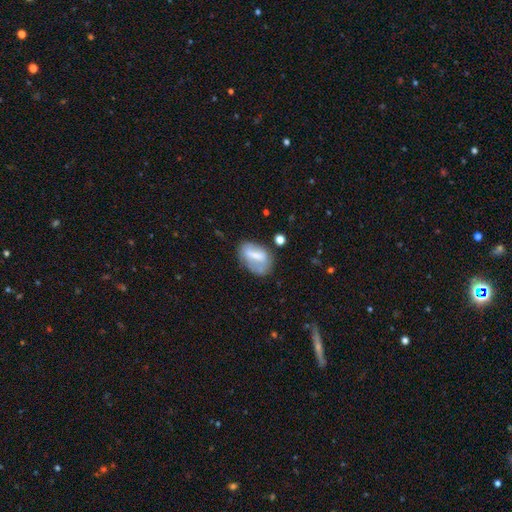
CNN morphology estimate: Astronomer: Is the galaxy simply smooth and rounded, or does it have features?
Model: smooth — 57% (runner-up: featured or disk, 35%).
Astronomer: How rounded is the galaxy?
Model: in between — 86%.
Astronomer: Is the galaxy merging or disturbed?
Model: none — 55%.